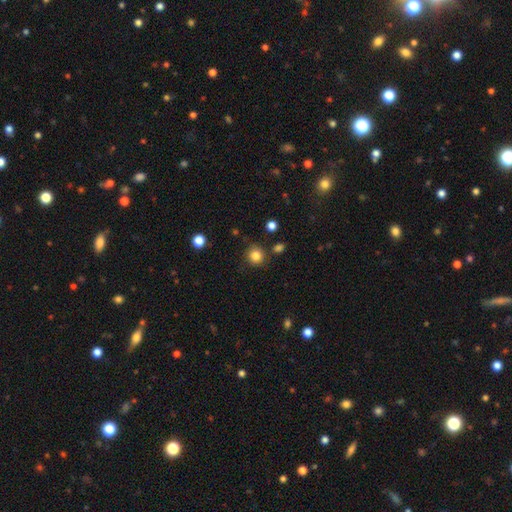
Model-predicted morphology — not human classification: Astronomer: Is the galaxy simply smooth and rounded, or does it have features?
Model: smooth — 83%.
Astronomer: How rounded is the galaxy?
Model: round — 90%.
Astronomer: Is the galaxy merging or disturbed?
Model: none — 83%.